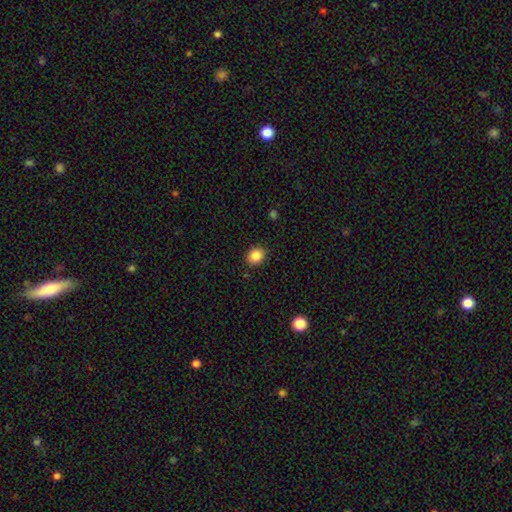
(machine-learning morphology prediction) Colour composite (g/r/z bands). It shows a smooth galaxy with no disk features (86%) that is round (71%). Merging: none (89%).